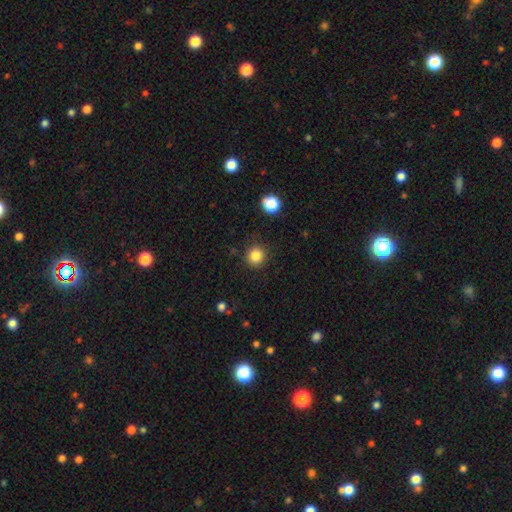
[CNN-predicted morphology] The model was most divided on "smooth or featured": smooth: 84%, star or artifact: 12%, featured or disk: 5%. More confident: how rounded — round (92%); merging — none (88%).